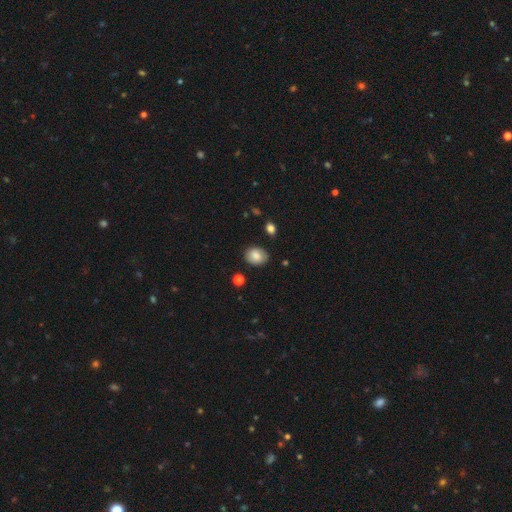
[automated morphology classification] This appears to be a smooth galaxy with no disk features (83%) that is in between round and cigar-shaped (55%). Merging: none (83%).